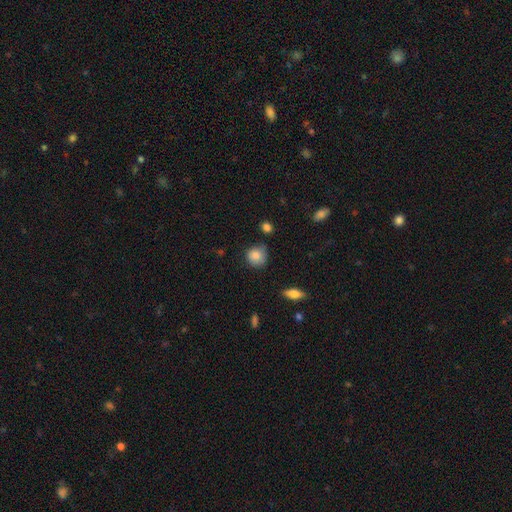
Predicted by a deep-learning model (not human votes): Smooth or featured? smooth (83%)
How rounded? round (84%)
Merging? none (66%)